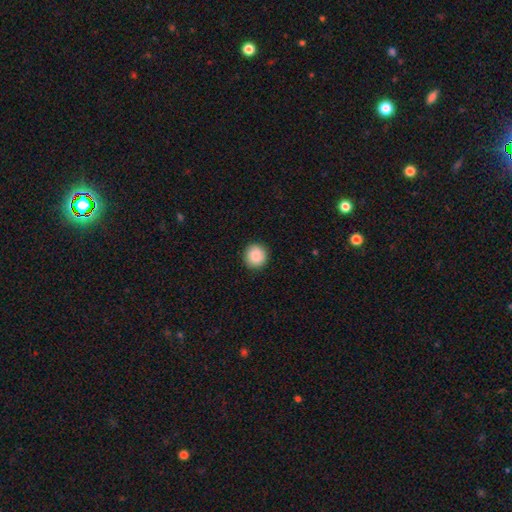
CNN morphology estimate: Overall: smooth (89%). How rounded: round (93%). Merging: none (92%).